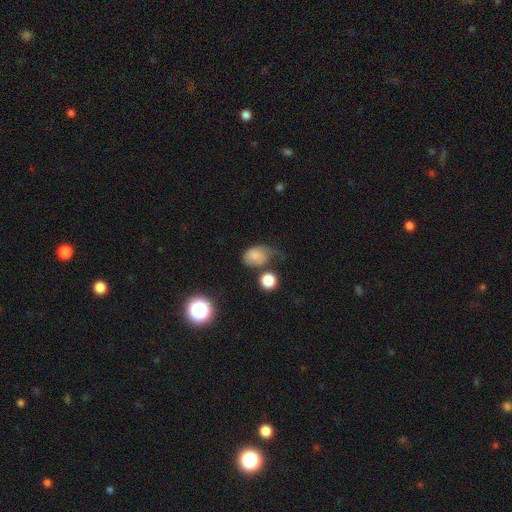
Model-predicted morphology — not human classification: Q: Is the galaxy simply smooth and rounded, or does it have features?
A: smooth — 69%.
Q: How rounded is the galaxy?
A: in between — 66%.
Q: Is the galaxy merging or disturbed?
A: major disturbance — 31%.